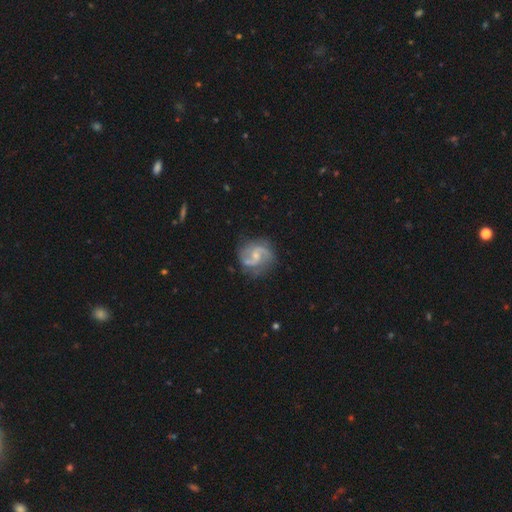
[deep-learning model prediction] Morphology: type=featured or disk (88%); edge-on=no (98%); bar=weak (51%); spiral arms=yes (97%); winding=medium (53%); arm count=2 (91%); bulge=small (58%); merging=none (78%).